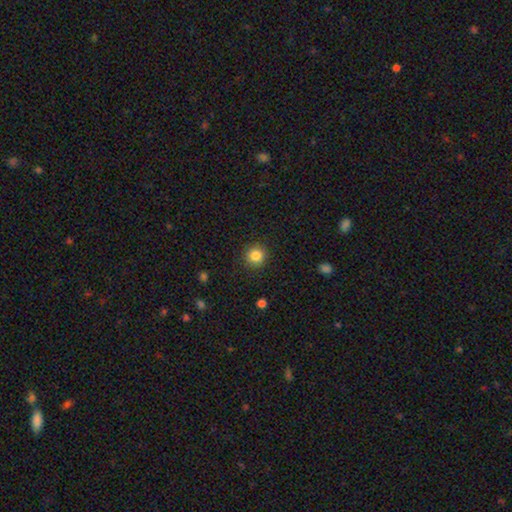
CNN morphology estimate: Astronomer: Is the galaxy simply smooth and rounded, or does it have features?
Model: smooth — 84%.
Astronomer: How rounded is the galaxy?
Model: round — 93%.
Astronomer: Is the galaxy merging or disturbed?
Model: none — 91%.